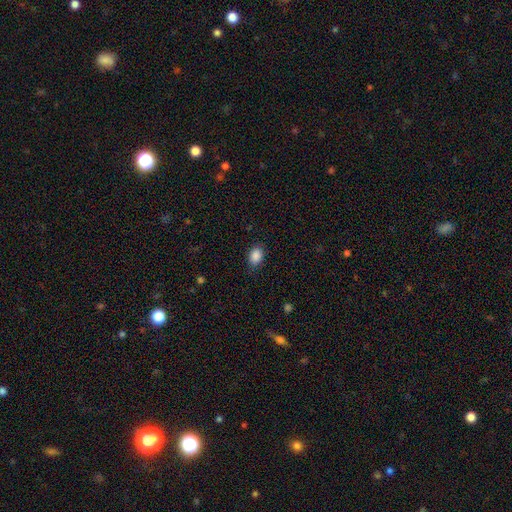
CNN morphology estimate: A smooth galaxy with no disk features (88%) that is in between round and cigar-shaped (76%).

Vote fractions:
- Smooth or featured? smooth: 88% / star or artifact: 9% / featured or disk: 3%
- How rounded? in between: 76% / round: 23% / cigar-shaped: 1%
- Merging? none: 83% / minor disturbance: 13% / major disturbance: 3% / merger: 1%